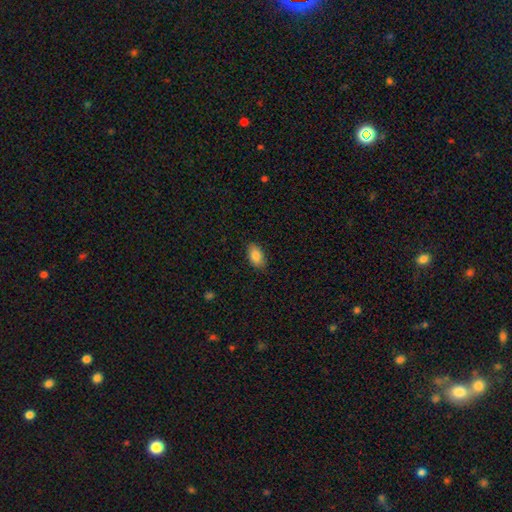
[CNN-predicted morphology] A smooth galaxy with no disk features (85%) that is in between round and cigar-shaped (91%).

Vote fractions:
- Smooth or featured? smooth: 85% / featured or disk: 8% / star or artifact: 7%
- How rounded? in between: 91% / round: 7% / cigar-shaped: 2%
- Merging? none: 86% / minor disturbance: 10% / major disturbance: 2% / merger: 1%